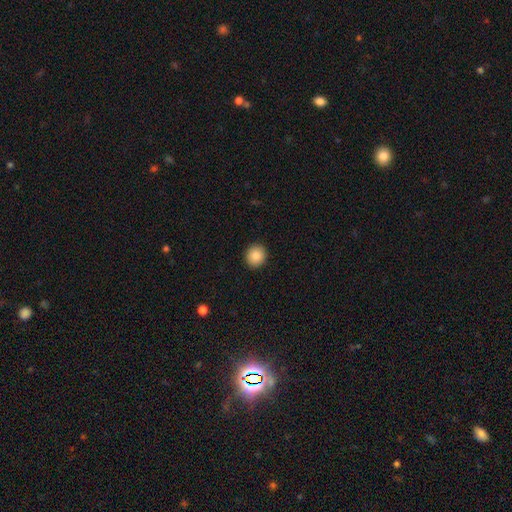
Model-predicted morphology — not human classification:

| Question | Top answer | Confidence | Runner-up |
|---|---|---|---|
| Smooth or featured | smooth | 87% | star or artifact (9%) |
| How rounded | round | 89% | in between (10%) |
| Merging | none | 93% | minor disturbance (5%) |